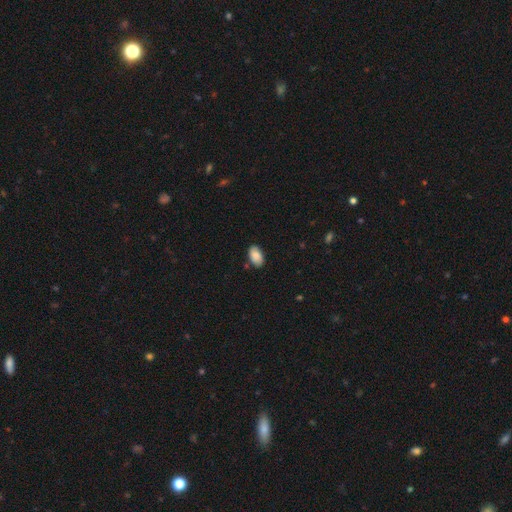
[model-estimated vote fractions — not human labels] Morphology: type=smooth (83%); roundness=in between (93%); merging=none (81%).